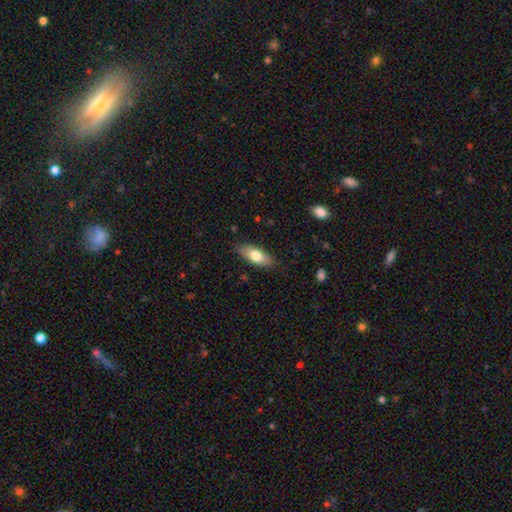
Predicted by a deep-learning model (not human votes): smooth-or-featured: smooth: 73% | featured or disk: 21% | star or artifact: 6%
  how-rounded: in between: 77% | cigar-shaped: 20% | round: 3%
  merging: none: 85% | minor disturbance: 12% | major disturbance: 2% | merger: 1%